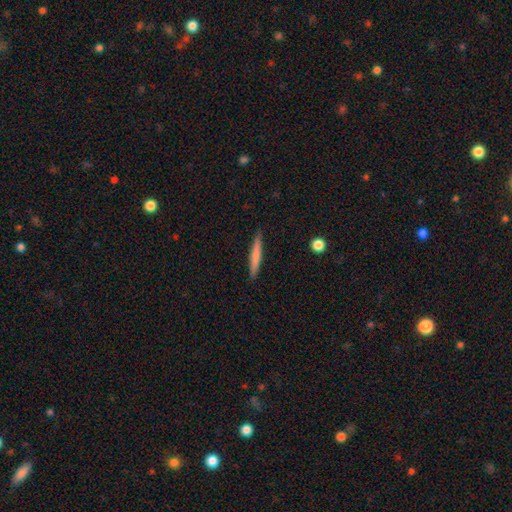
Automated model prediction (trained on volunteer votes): The model was most divided on "smooth or featured": smooth: 69%, featured or disk: 25%, star or artifact: 6%. More confident: how rounded — cigar-shaped (95%); merging — none (90%).